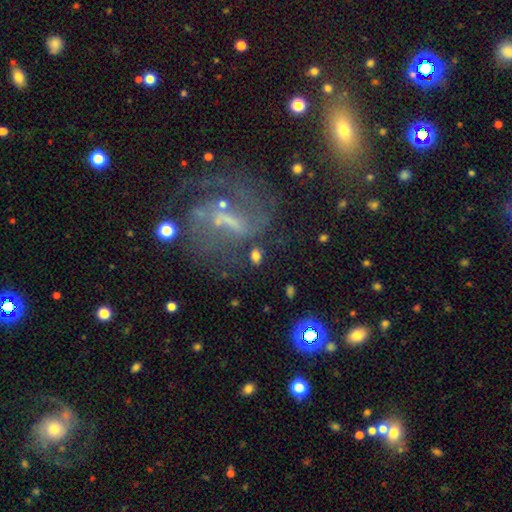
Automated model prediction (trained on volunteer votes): This is likely a smooth galaxy (71%). How rounded: likely in between (79%). Merging: likely none (70%).